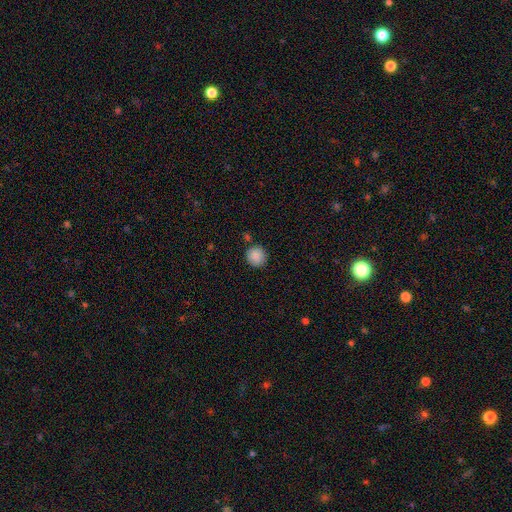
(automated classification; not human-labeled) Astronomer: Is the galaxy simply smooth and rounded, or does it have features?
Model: smooth — 89%.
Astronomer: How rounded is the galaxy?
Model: round — 92%.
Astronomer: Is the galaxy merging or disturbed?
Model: none — 86%.